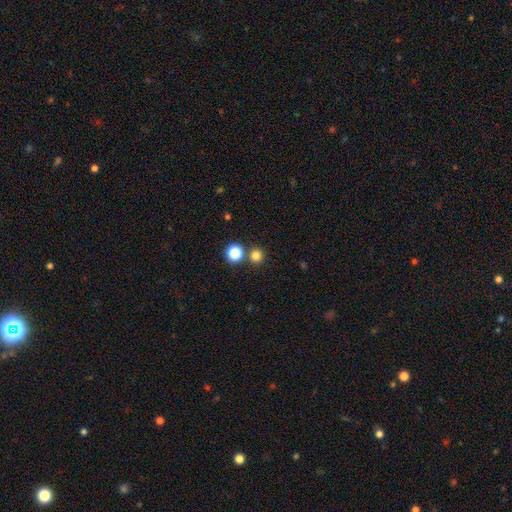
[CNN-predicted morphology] Overall: smooth (79%). How rounded: round (93%). Merging: none (76%).